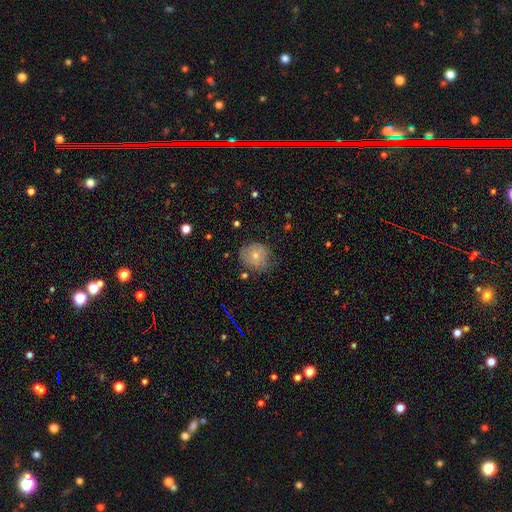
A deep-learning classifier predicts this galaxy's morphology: smooth_or_featured: smooth (p=0.57) [alt: featured or disk p=0.34]
how_rounded: round (p=0.79) [alt: in between p=0.20]
merging: none (p=0.68) [alt: minor disturbance p=0.24]